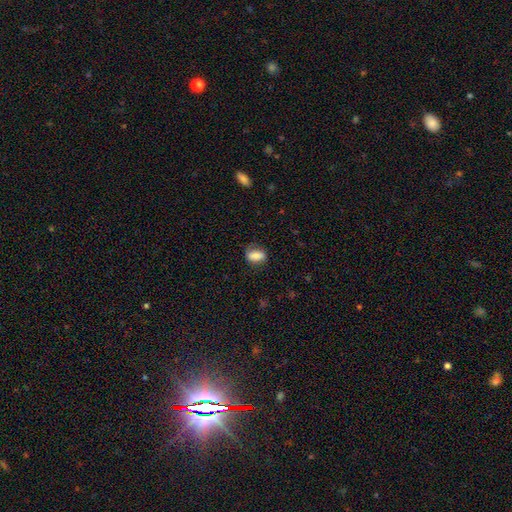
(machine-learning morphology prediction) Smooth or featured: smooth — 81% (featured or disk — 12%)
How rounded: in between — 82% (round — 13%)
Merging: none — 69% (minor disturbance — 23%)